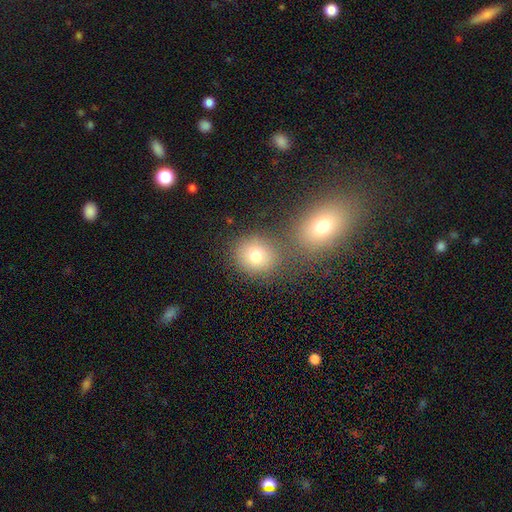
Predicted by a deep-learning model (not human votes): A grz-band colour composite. It shows a smooth galaxy with no disk features (76%) that is round (78%). Merging: none (67%).